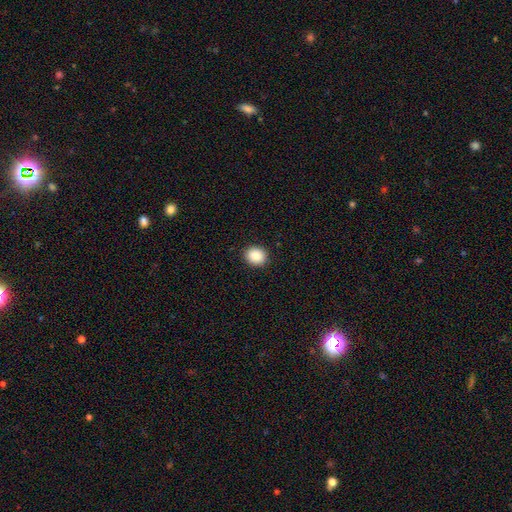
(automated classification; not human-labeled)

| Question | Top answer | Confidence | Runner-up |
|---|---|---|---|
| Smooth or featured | smooth | 87% | star or artifact (9%) |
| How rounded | round | 74% | in between (26%) |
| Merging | none | 91% | minor disturbance (6%) |